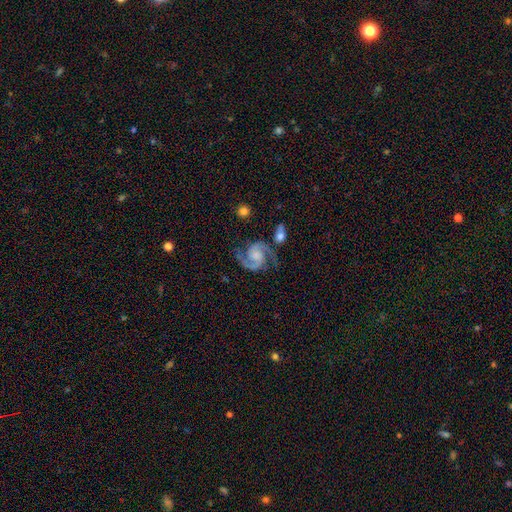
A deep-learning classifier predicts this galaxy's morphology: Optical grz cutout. It shows a featured or disk galaxy (92%) with no bar (61%), 2 (94%) medium (61%) spiral arms (98%) and a moderate central bulge (31%). Merging: none (73%).